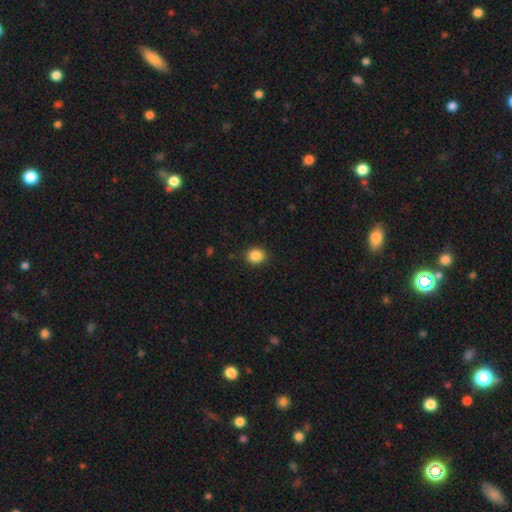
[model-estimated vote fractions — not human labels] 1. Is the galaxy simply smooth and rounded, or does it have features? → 87% smooth, 9% star or artifact, 4% featured or disk.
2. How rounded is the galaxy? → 62% round, 38% in between, 1% cigar-shaped.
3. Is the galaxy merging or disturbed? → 90% none, 7% minor disturbance, 2% major disturbance, 1% merger.